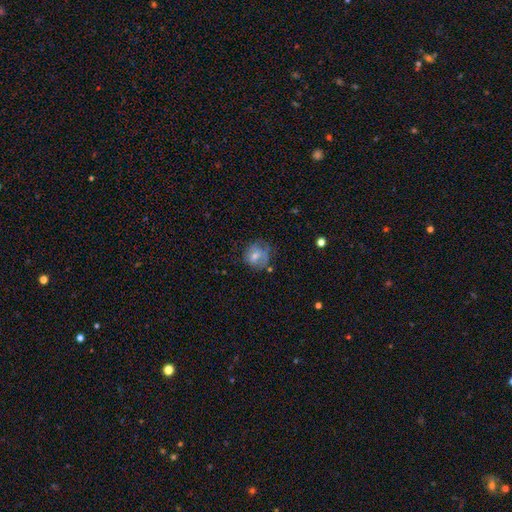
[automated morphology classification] A smooth galaxy with no disk features (60%) that is round (72%). Merging: none (48%).